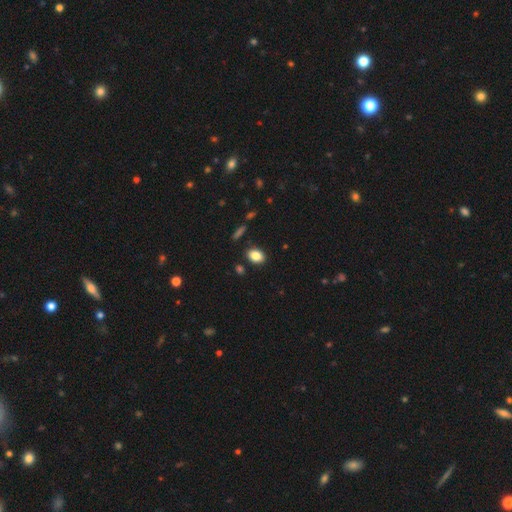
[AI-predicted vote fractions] The model was most divided on "how rounded": in between: 78%, round: 21%, cigar-shaped: 1%. More confident: merging — none (86%); smooth or featured — smooth (85%).